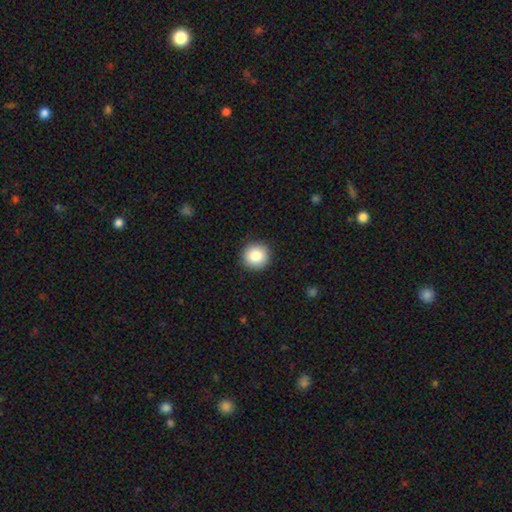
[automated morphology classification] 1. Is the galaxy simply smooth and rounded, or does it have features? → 86% smooth, 9% star or artifact, 5% featured or disk.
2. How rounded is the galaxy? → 93% round, 6% in between, 1% cigar-shaped.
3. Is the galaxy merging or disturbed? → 92% none, 6% minor disturbance, 2% major disturbance, 1% merger.